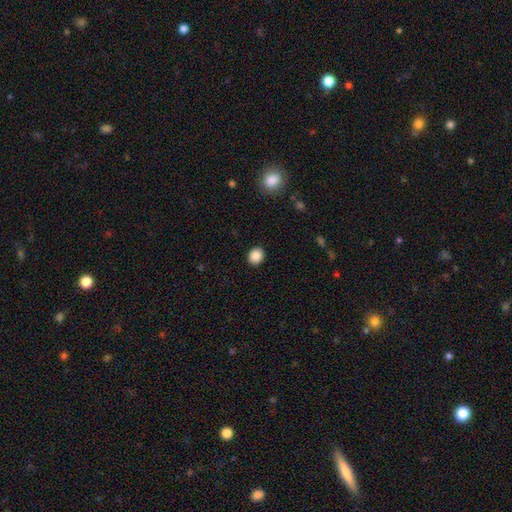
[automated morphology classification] This appears to be a smooth galaxy with no disk features (87%) that is round (66%). Merging: none (91%).